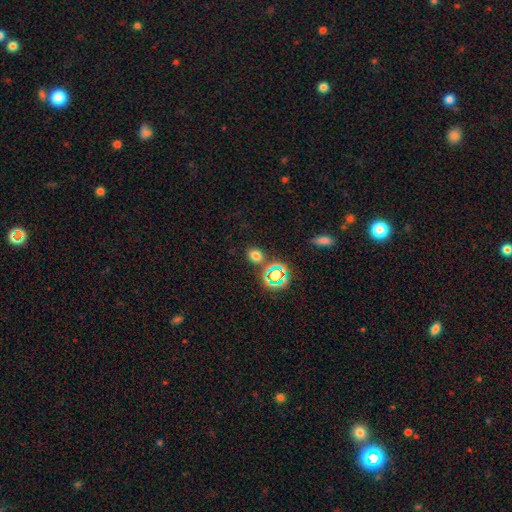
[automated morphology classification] Q: Smooth or featured?
A: smooth (68%); runner-up: star or artifact (25%)
Q: How rounded?
A: in between (51%); runner-up: round (47%)
Q: Merging?
A: none (77%); runner-up: minor disturbance (10%)